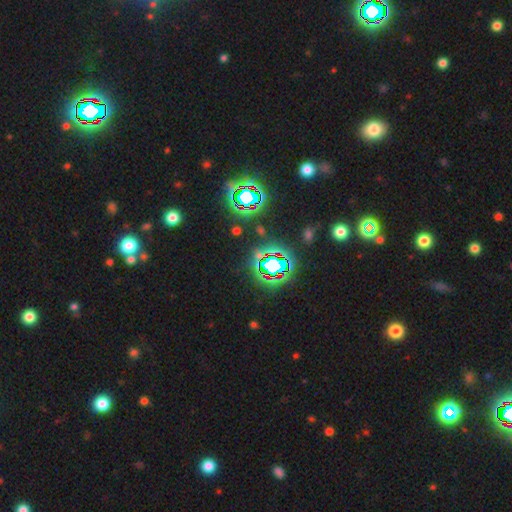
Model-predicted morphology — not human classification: Smooth or featured: star or artifact — 79% (smooth — 13%)